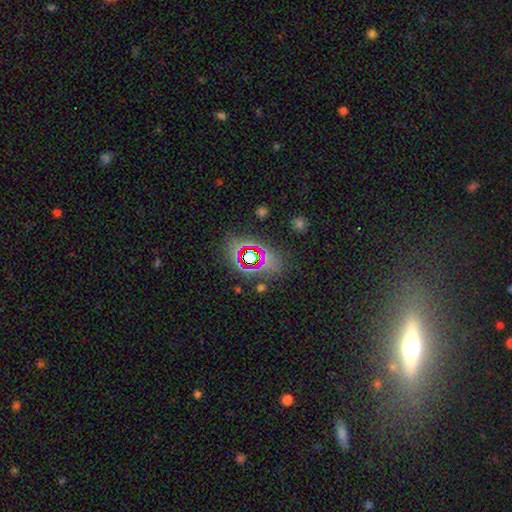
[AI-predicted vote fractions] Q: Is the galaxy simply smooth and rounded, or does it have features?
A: star or artifact — 60%.